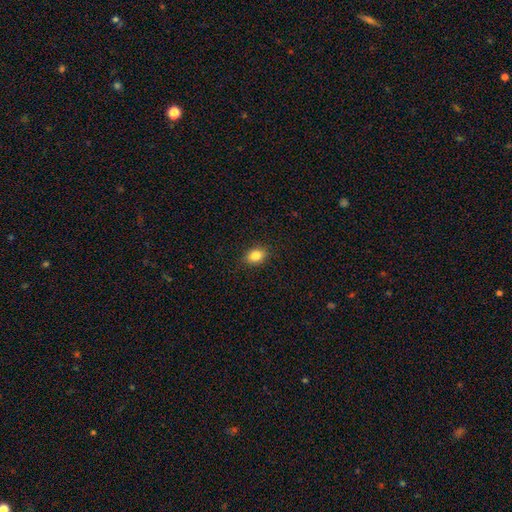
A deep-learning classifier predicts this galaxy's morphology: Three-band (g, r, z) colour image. It shows a smooth galaxy with no disk features (84%) that is in between round and cigar-shaped (71%). Merging: none (88%).